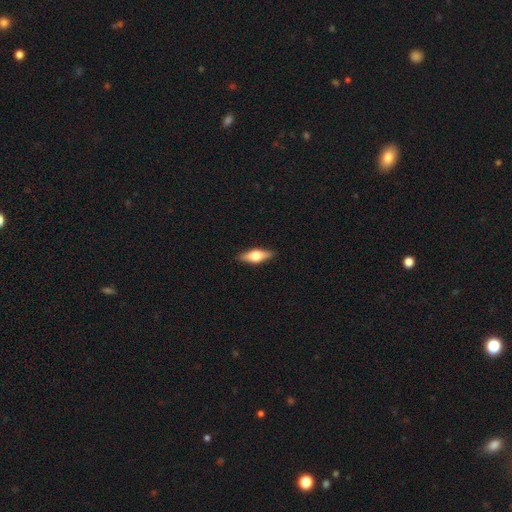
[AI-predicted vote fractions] Smooth or featured: featured or disk — 50% (smooth — 43%)
Edge-on disk: yes — 92% (no — 8%)
Merging: none — 89% (minor disturbance — 8%)